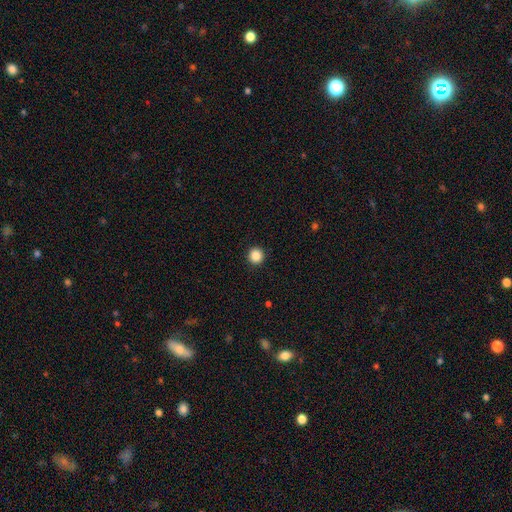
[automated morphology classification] Overall: smooth (86%). How rounded: round (96%). Merging: none (93%).